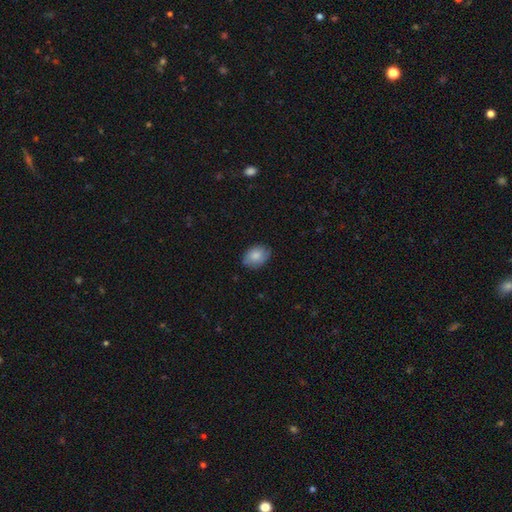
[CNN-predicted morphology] Smooth or featured?
  - smooth: 83% *
  - featured or disk: 10%
  - star or artifact: 7%
How rounded?
  - in between: 75% *
  - round: 24%
  - cigar-shaped: 1%
Merging?
  - none: 76% *
  - minor disturbance: 20%
  - major disturbance: 3%
  - merger: 1%